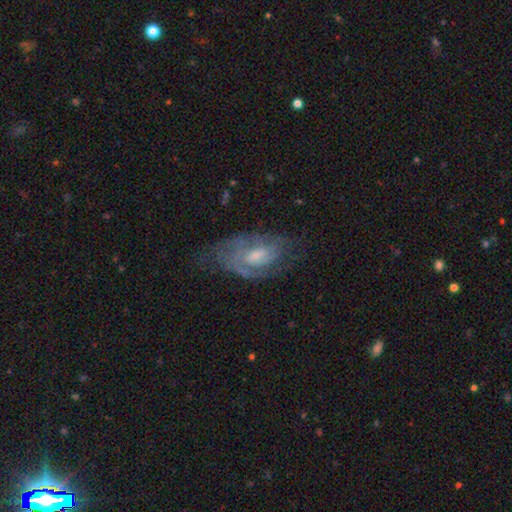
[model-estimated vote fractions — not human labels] Smooth or featured? Predicted: featured or disk (p=0.77). Edge-on disk? Predicted: no (p=0.95). Bar? Predicted: no (p=0.52). Spiral arms? Predicted: yes (p=0.89). Spiral winding? Predicted: tight (p=0.51). Spiral arm count? Predicted: 2 (p=0.50). Bulge size? Predicted: small (p=0.42). Merging? Predicted: none (p=0.62).